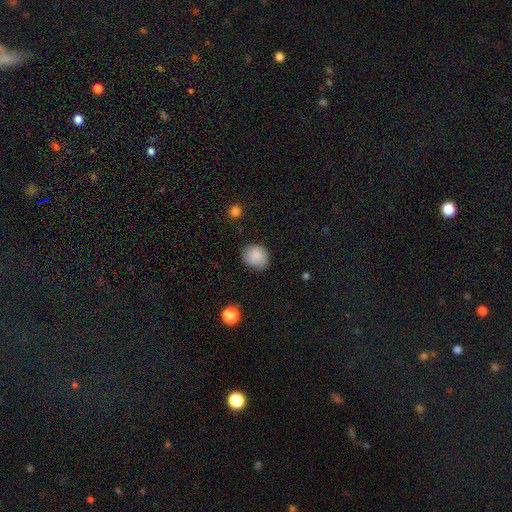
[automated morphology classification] Smooth or featured: smooth — 87% (star or artifact — 8%)
How rounded: round — 73% (in between — 26%)
Merging: none — 80% (minor disturbance — 15%)